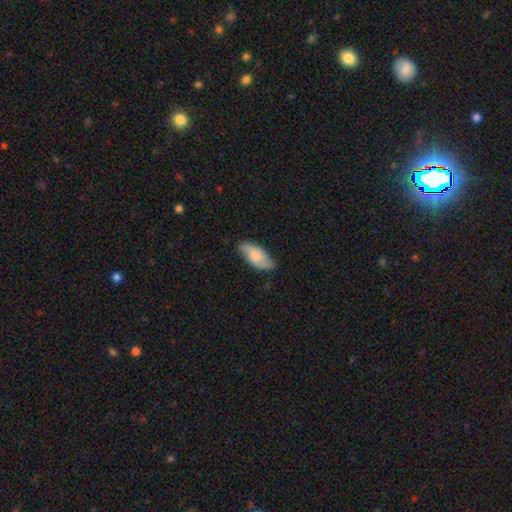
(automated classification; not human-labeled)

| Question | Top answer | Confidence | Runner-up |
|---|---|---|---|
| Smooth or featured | smooth | 70% | featured or disk (24%) |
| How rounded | in between | 91% | cigar-shaped (7%) |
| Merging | none | 75% | minor disturbance (20%) |